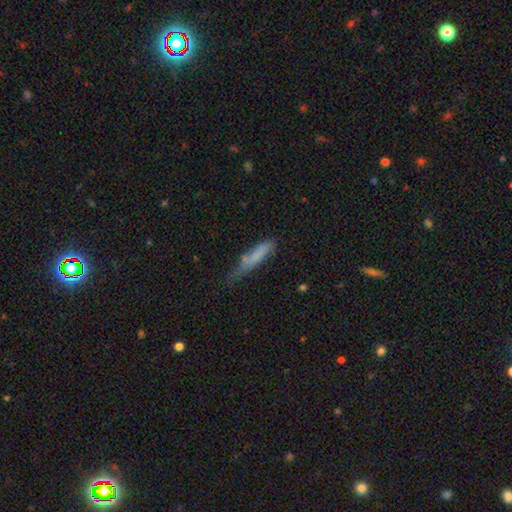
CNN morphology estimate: Overall: smooth (73%). How rounded: cigar-shaped (86%). Merging: none (46%; minor disturbance 35%).